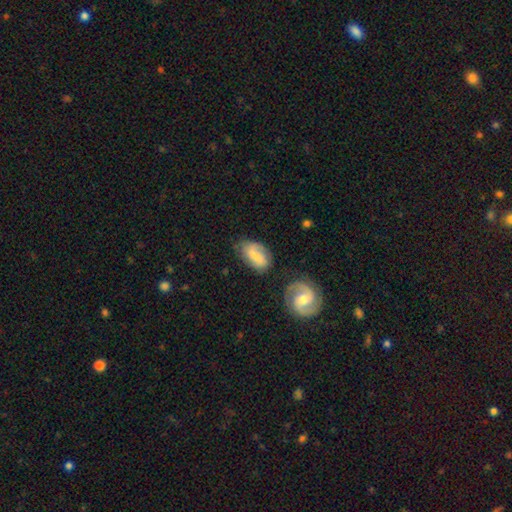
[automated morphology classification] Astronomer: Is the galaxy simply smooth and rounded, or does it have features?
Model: smooth — 53% (runner-up: featured or disk, 40%).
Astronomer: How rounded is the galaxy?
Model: in between — 90%.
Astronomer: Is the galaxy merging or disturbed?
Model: none — 63%.